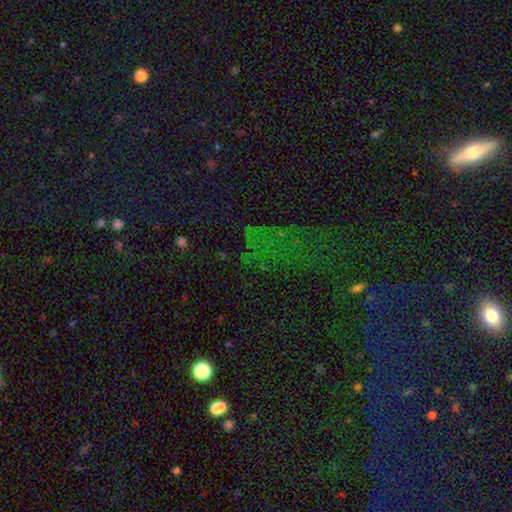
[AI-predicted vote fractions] Overall: star or artifact (66%).